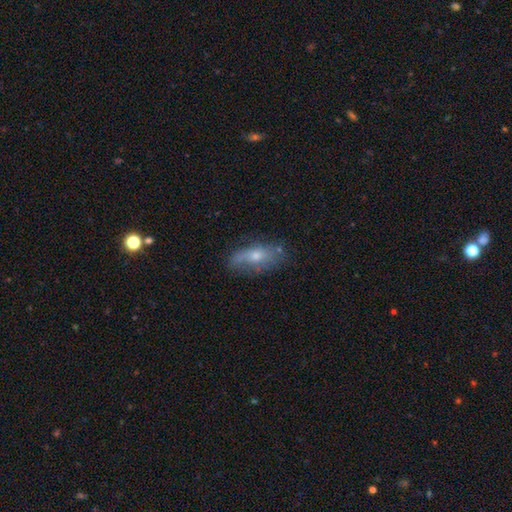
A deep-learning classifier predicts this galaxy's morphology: This is possibly a smooth galaxy (46%). Merging: likely none (61%).